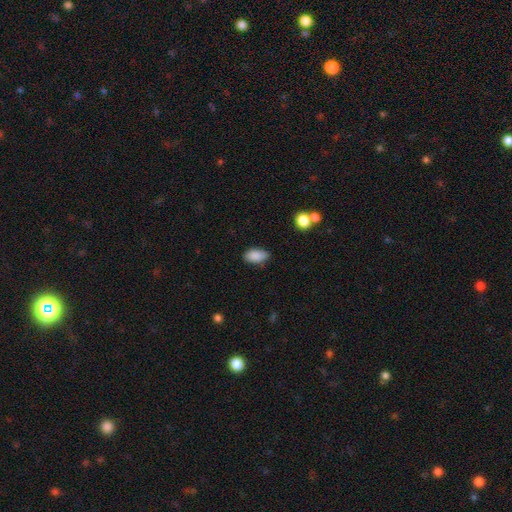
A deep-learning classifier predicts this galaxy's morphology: Overall: smooth (87%). How rounded: in between (93%). Merging: none (77%).